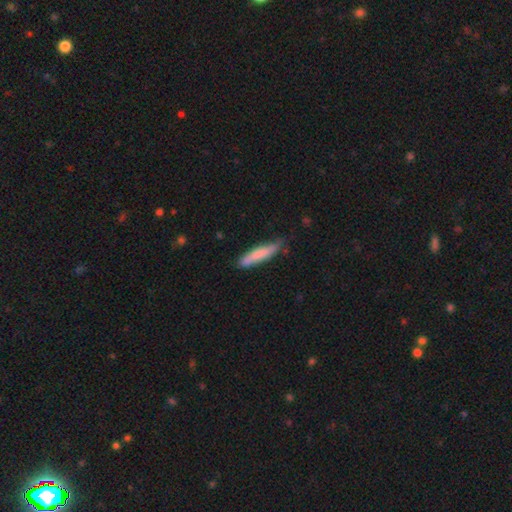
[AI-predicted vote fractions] Smooth or featured? smooth (74%)
How rounded? cigar-shaped (86%)
Merging? none (69%)